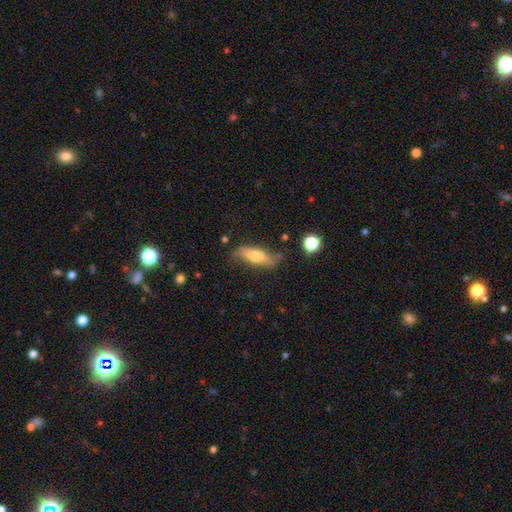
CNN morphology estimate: smooth-or-featured: smooth: 55% | featured or disk: 37% | star or artifact: 8%
  how-rounded: in between: 50% | cigar-shaped: 47% | round: 3%
  merging: none: 68% | minor disturbance: 22% | major disturbance: 6% | merger: 3%